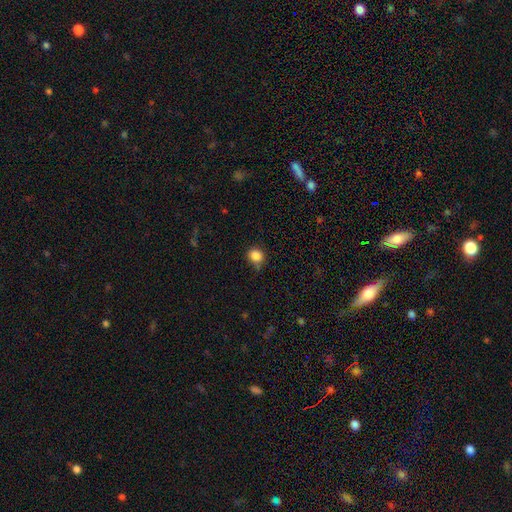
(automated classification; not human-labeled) smooth 84%, star or artifact 11%, featured or disk 5%. Down the decision tree: how rounded — round (86%); merging — none (72%).